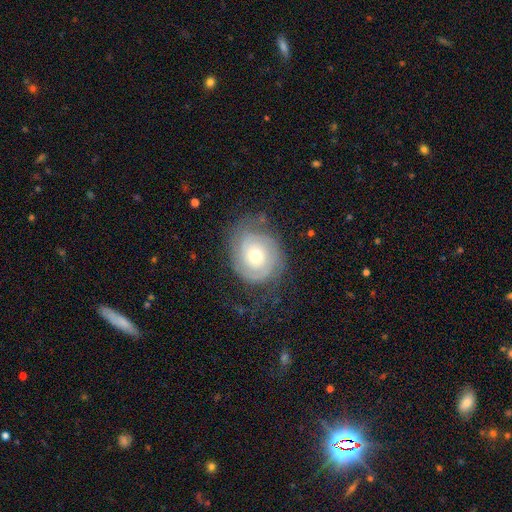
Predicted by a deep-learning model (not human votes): Smooth or featured? Predicted: featured or disk (p=0.75). Edge-on disk? Predicted: no (p=0.97). Bar? Predicted: no (p=0.81). Spiral arms? Predicted: yes (p=0.91). Spiral winding? Predicted: tight (p=0.71). Spiral arm count? Predicted: 2 (p=0.48). Bulge size? Predicted: moderate (p=0.67). Merging? Predicted: none (p=0.67).